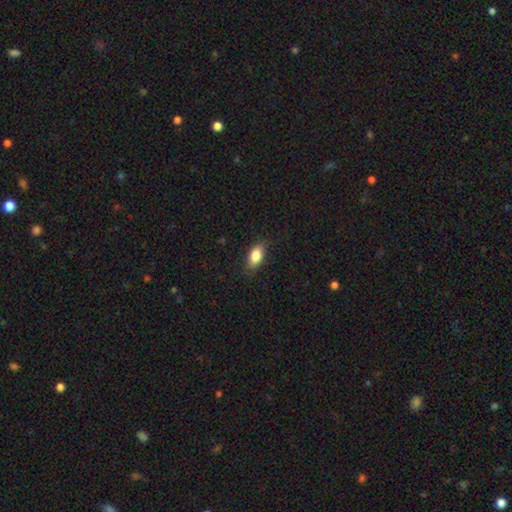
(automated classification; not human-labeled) smooth 84%, featured or disk 8%, star or artifact 7%. Down the decision tree: how rounded — in between (88%); merging — none (83%).